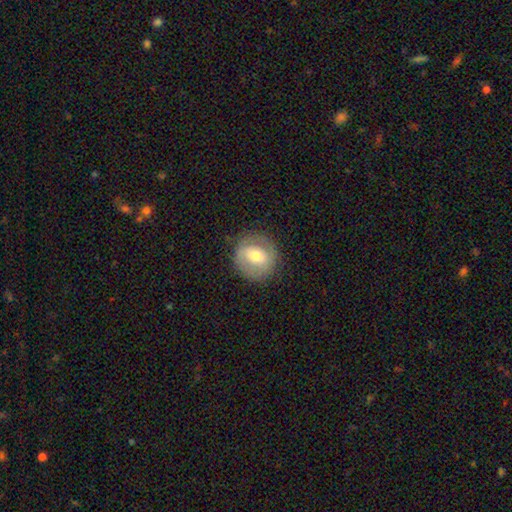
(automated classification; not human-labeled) Smooth or featured? Predicted: smooth (p=0.54). How rounded? Predicted: round (p=0.88). Merging? Predicted: none (p=0.82).